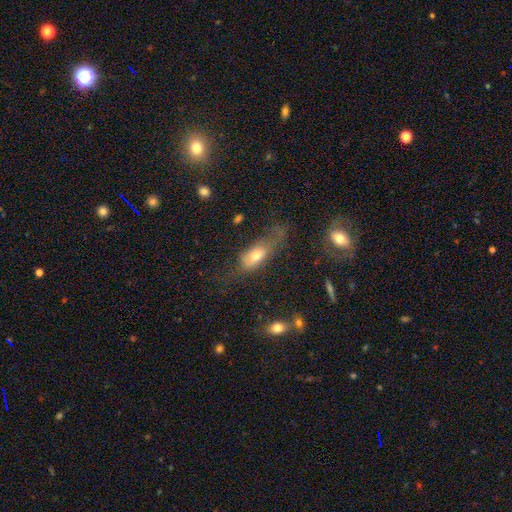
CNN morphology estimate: Smooth or featured? Predicted: smooth (p=0.63). How rounded? Predicted: in between (p=0.73). Merging? Predicted: major disturbance (p=0.38).